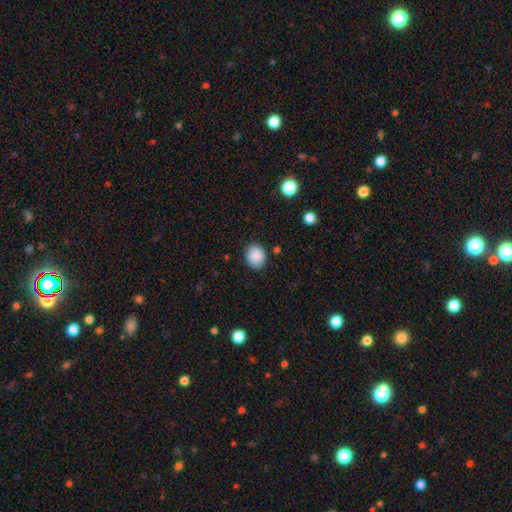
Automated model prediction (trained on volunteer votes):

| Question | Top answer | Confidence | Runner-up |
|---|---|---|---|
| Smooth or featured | smooth | 88% | star or artifact (8%) |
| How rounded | round | 61% | in between (38%) |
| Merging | none | 86% | minor disturbance (11%) |